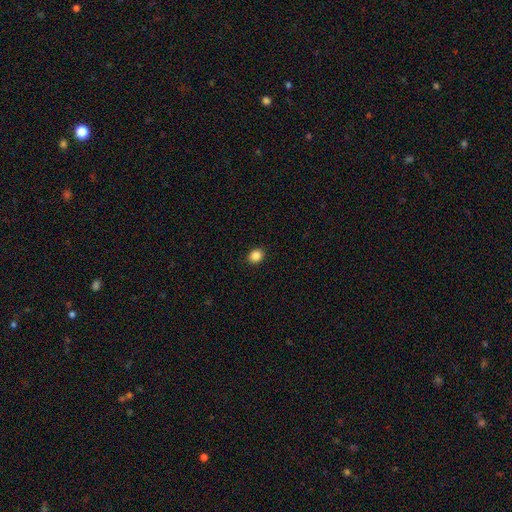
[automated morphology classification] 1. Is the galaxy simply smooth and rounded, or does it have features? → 86% smooth, 10% star or artifact, 3% featured or disk.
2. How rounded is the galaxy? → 65% round, 34% in between, 1% cigar-shaped.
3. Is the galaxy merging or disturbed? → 92% none, 6% minor disturbance, 2% major disturbance, 1% merger.